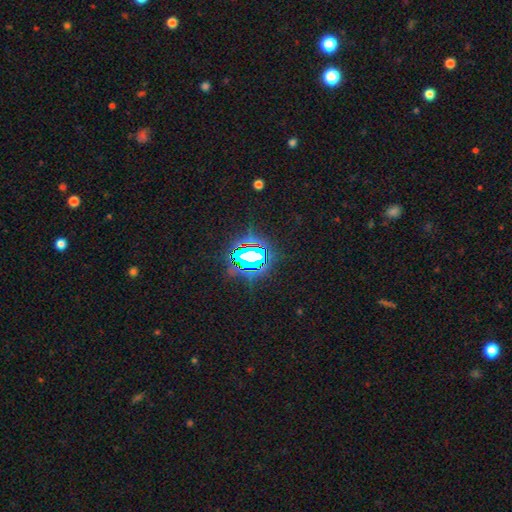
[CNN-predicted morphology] A star or artifact, not a galaxy (75%).

Vote fractions:
- Smooth or featured? star or artifact: 75% / smooth: 13% / featured or disk: 12%